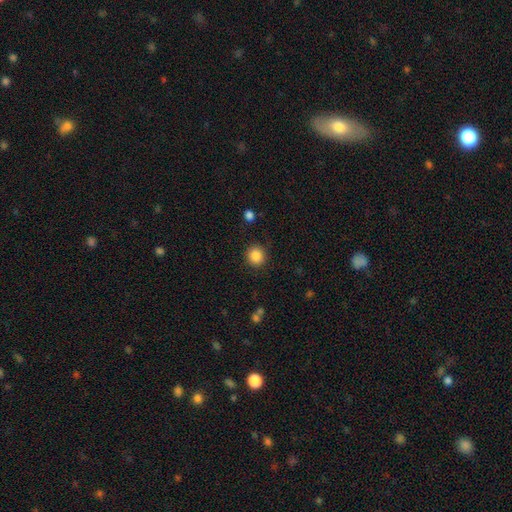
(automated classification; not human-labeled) Smooth or featured? smooth (86%)
How rounded? round (91%)
Merging? none (90%)